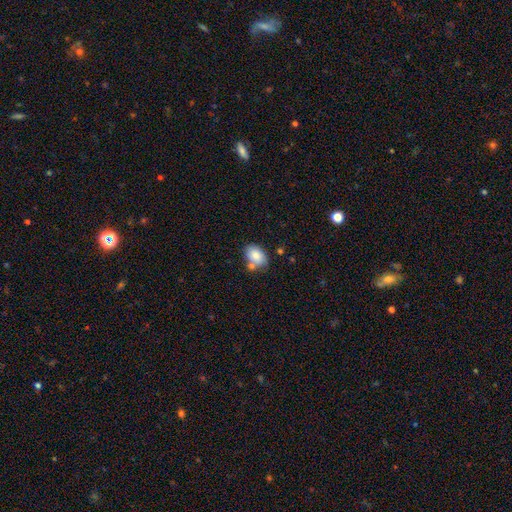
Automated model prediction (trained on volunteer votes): A smooth galaxy with no disk features (82%) that is in between round and cigar-shaped (78%). Merging: none (60%).